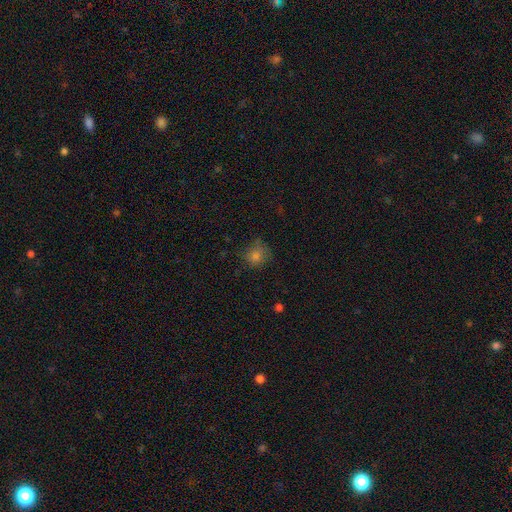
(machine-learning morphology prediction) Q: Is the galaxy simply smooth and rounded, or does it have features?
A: smooth — 73%.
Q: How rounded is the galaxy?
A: round — 83%.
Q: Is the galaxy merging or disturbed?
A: none — 69%.